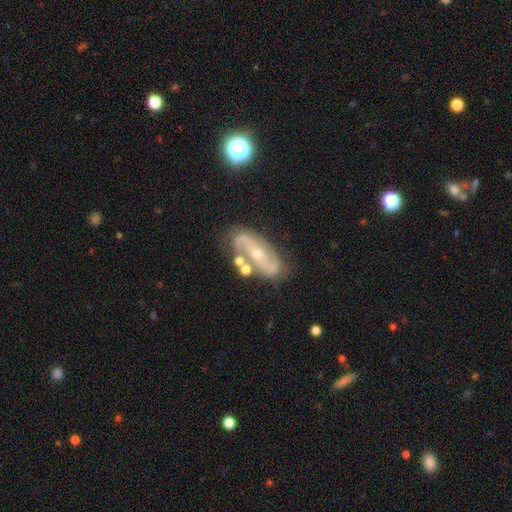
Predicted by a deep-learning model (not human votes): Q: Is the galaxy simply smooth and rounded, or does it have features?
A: featured or disk — 72%.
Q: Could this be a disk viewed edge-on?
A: no — 83%.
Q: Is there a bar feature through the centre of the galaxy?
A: no — 46%.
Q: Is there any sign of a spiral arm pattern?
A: yes — 78%.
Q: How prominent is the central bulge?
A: small — 63%.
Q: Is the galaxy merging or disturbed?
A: none — 67%.